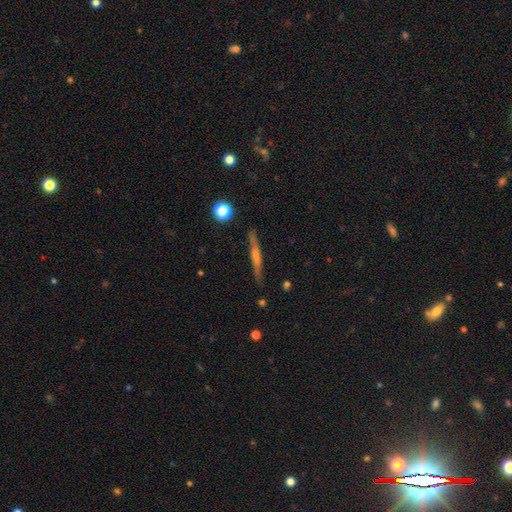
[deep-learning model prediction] This is possibly a featured or disk galaxy (56%). It is clearly viewed edge-on (96%). Edge-on bulge: marginally rounded (43%). Merging: clearly none (87%).